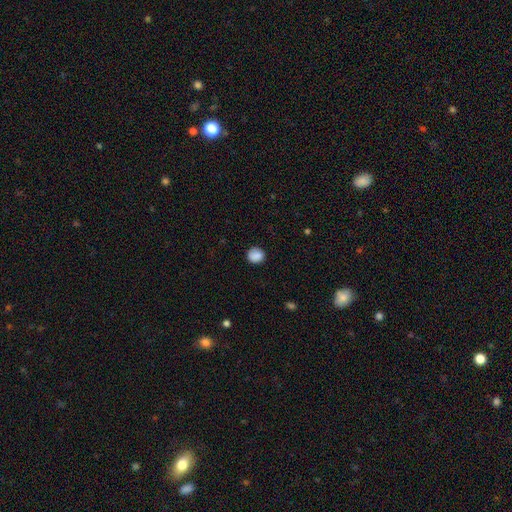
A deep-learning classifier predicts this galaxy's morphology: This appears to be a smooth galaxy with no disk features (88%) that is round (82%). Merging: none (85%).